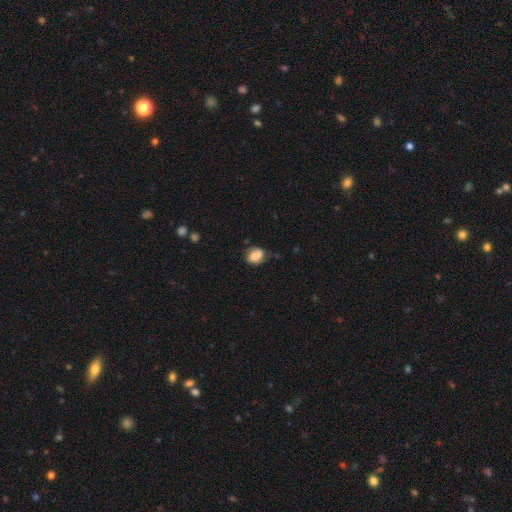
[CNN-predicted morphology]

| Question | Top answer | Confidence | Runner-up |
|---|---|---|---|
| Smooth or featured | smooth | 70% | featured or disk (21%) |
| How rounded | in between | 53% | round (46%) |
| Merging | none | 65% | minor disturbance (26%) |